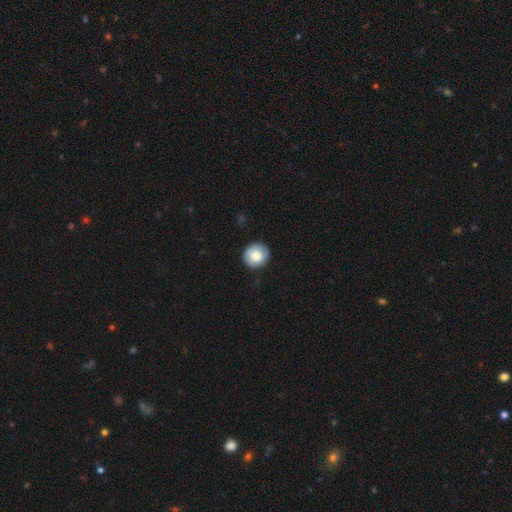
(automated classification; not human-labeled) Overall: smooth (83%). How rounded: round (91%). Merging: none (87%).